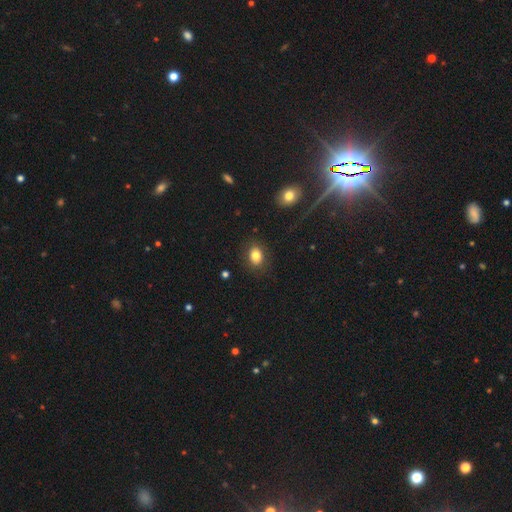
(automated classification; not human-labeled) Smooth or featured: smooth — 82% (star or artifact — 10%)
How rounded: in between — 67% (round — 32%)
Merging: none — 85% (minor disturbance — 10%)